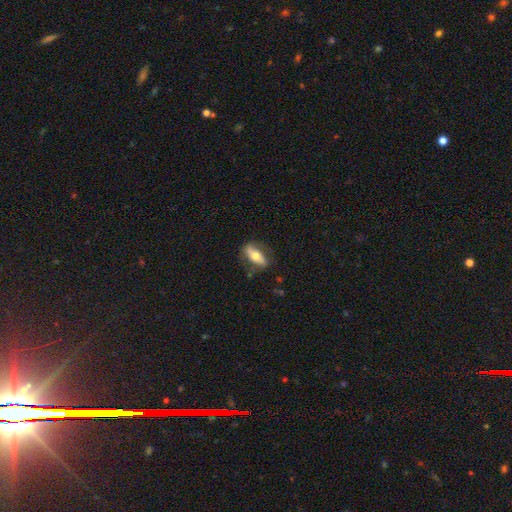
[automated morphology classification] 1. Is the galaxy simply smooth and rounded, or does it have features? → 56% smooth, 37% featured or disk, 6% star or artifact.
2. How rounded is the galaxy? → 74% in between, 22% cigar-shaped, 4% round.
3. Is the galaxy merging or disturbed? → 72% none, 19% minor disturbance, 7% major disturbance, 2% merger.